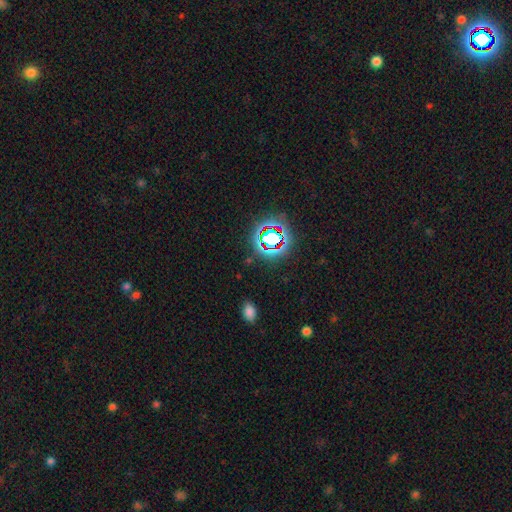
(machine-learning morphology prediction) This appears to be a star or artifact, not a galaxy (75%).